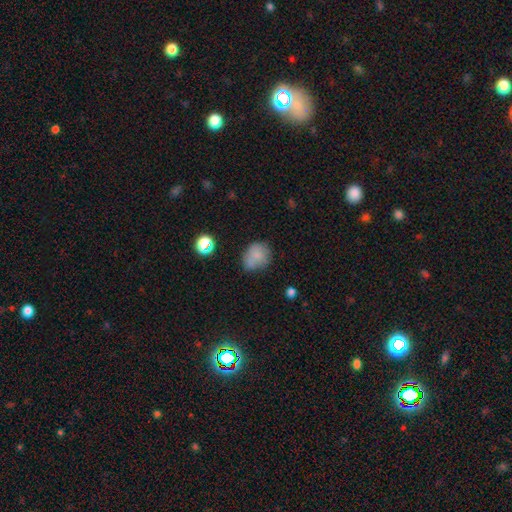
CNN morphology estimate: type=smooth (77%); roundness=round (63%); merging=none (54%).